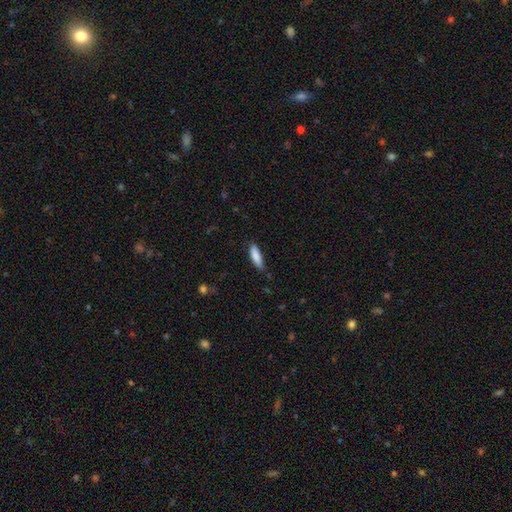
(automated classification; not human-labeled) A smooth galaxy with no disk features (86%) that is cigar-shaped (58%). Merging: none (73%).